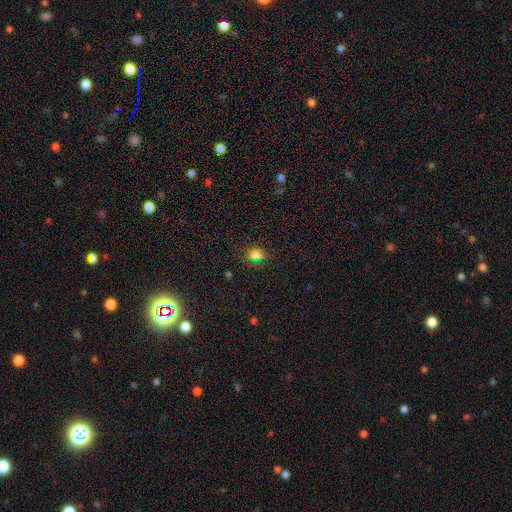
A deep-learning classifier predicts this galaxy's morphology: Smooth or featured? smooth (68%)
How rounded? round (50%)
Merging? none (80%)